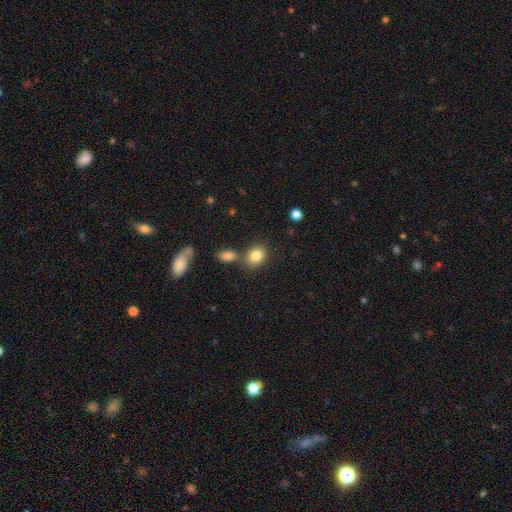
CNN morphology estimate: Smooth or featured: smooth — 83% (star or artifact — 9%)
How rounded: round — 55% (in between — 44%)
Merging: none — 69% (merger — 17%)